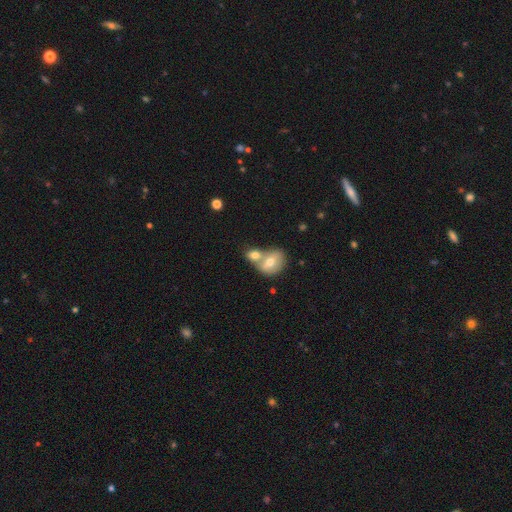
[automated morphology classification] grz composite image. It shows a smooth galaxy with no disk features (65%) that is in between round and cigar-shaped (52%). Merging: merger (61%).